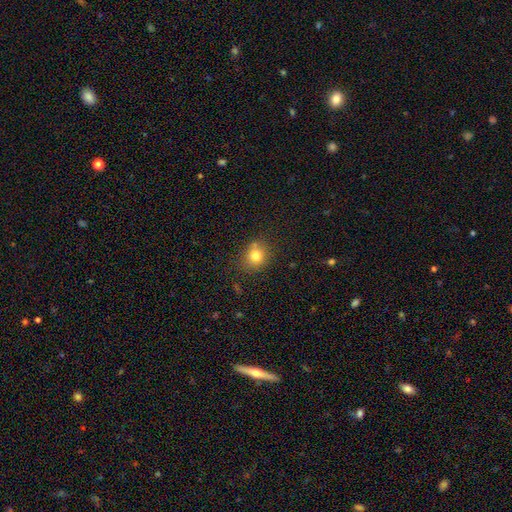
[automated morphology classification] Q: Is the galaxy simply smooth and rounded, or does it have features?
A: smooth — 77%.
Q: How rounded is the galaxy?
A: round — 72%.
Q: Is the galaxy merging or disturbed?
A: none — 72%.